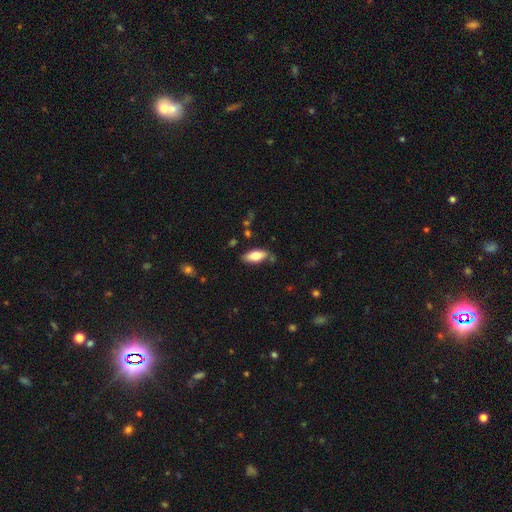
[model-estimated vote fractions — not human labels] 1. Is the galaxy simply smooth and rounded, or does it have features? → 75% smooth, 18% featured or disk, 6% star or artifact.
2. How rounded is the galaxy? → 83% in between, 15% cigar-shaped, 2% round.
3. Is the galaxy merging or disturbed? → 74% none, 19% minor disturbance, 4% merger, 4% major disturbance.